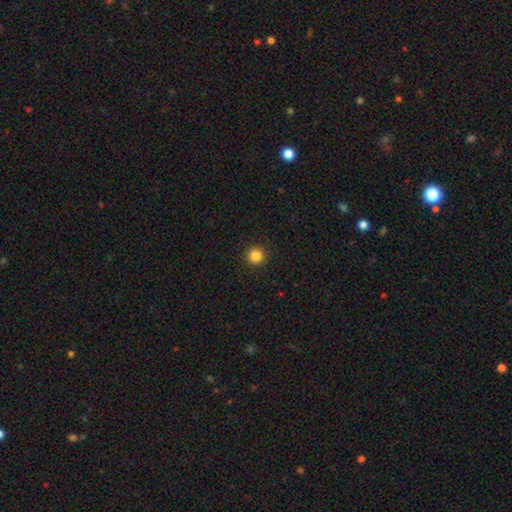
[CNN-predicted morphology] smooth 85%, star or artifact 11%, featured or disk 4%. Down the decision tree: how rounded — round (96%); merging — none (93%).